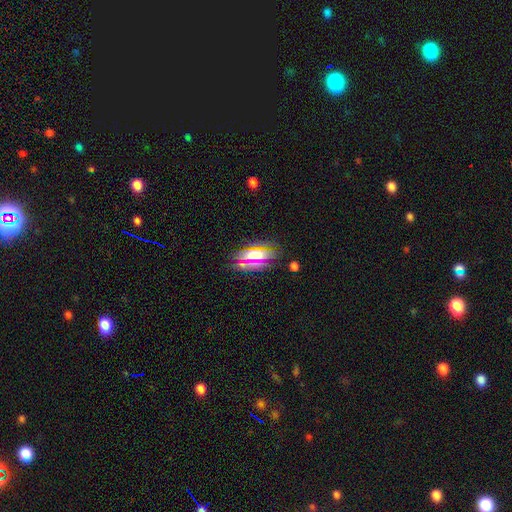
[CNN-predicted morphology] A smooth galaxy with no disk features (49%).

Vote fractions:
- Smooth or featured? smooth: 49% / featured or disk: 32% / star or artifact: 19%
- Merging? none: 77% / minor disturbance: 15% / major disturbance: 5% / merger: 3%